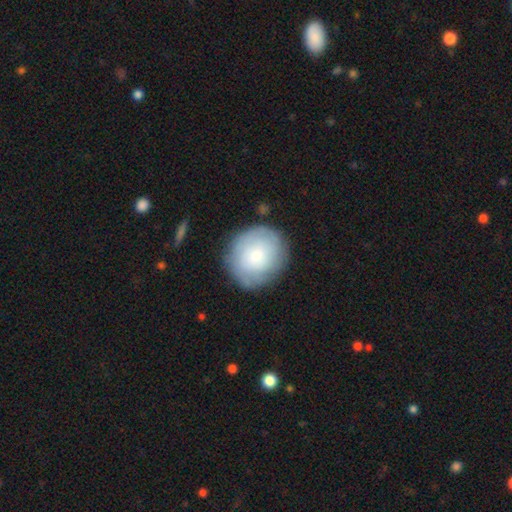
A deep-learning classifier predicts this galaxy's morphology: This is likely a smooth galaxy (68%). How rounded: clearly round (85%). Merging: likely none (80%).